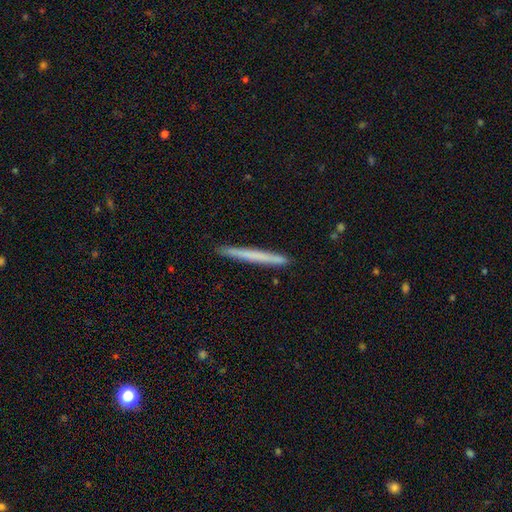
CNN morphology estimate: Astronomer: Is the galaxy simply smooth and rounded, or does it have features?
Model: smooth — 61%.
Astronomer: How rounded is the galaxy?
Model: cigar-shaped — 97%.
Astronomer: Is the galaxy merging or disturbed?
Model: none — 91%.